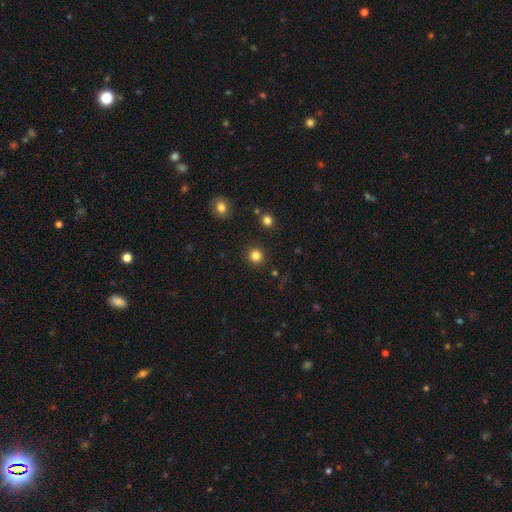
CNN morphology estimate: smooth 83%, star or artifact 13%, featured or disk 4%. Down the decision tree: how rounded — round (94%); merging — none (91%).